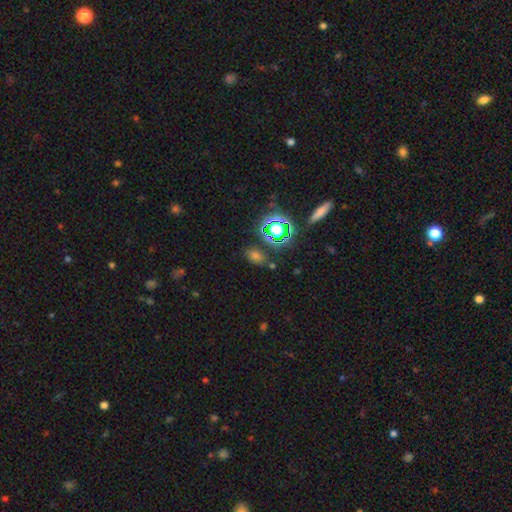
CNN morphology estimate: A smooth galaxy with no disk features (54%) that is in between round and cigar-shaped (66%).

Vote fractions:
- Smooth or featured? smooth: 54% / star or artifact: 36% / featured or disk: 9%
- How rounded? in between: 66% / round: 28% / cigar-shaped: 6%
- Merging? none: 80% / minor disturbance: 11% / merger: 5% / major disturbance: 4%